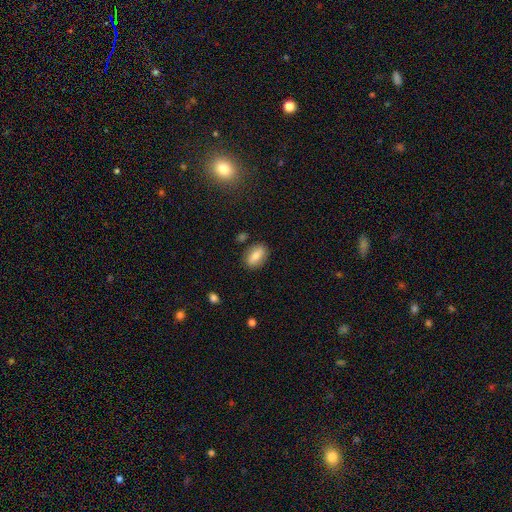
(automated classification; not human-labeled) smooth-or-featured: smooth: 69% | featured or disk: 23% | star or artifact: 8%
  how-rounded: in between: 84% | round: 10% | cigar-shaped: 5%
  merging: none: 82% | minor disturbance: 12% | major disturbance: 3% | merger: 2%